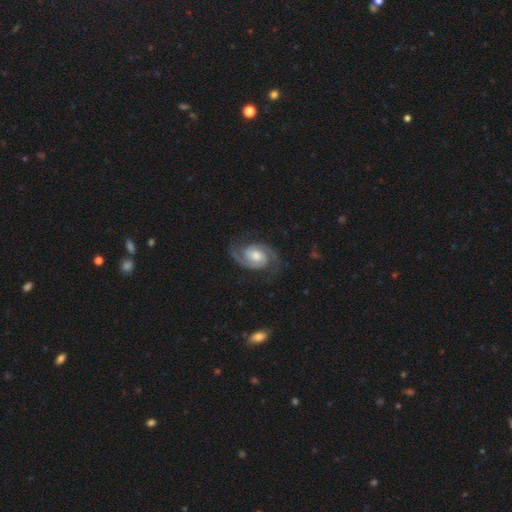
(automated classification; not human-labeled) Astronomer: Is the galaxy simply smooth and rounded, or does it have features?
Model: featured or disk — 92%.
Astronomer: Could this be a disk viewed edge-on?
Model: no — 98%.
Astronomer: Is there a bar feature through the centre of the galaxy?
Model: no — 48% (runner-up: weak, 41%).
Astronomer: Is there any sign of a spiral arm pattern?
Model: yes — 98%.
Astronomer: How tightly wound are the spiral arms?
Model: medium — 50% (runner-up: tight, 40%).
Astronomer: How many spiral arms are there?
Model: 2 — 93%.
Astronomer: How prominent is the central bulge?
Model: moderate — 62%.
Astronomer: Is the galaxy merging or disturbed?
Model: none — 80%.